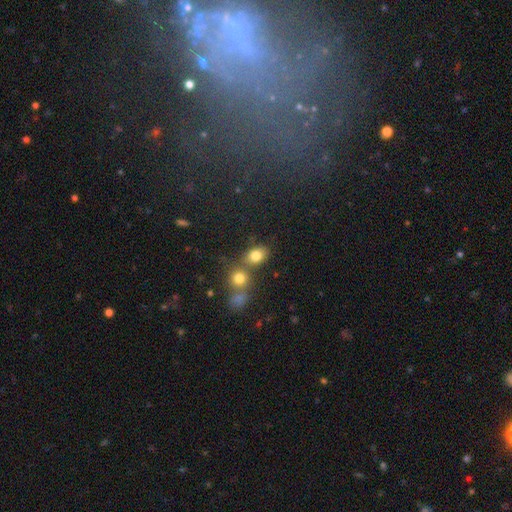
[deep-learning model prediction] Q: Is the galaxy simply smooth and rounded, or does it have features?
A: smooth — 79%.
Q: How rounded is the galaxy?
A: in between — 64%.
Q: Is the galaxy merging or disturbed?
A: none — 57%.